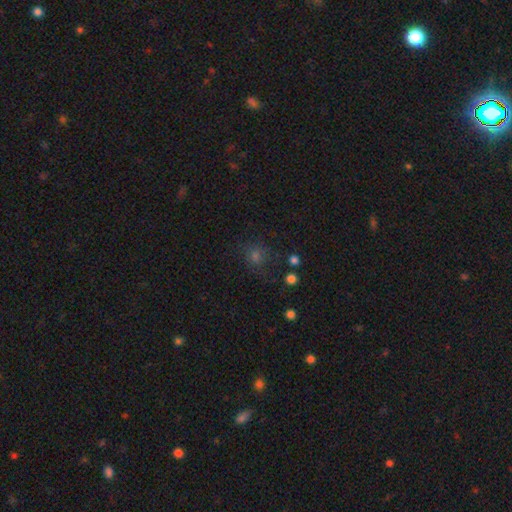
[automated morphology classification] type=smooth (56%); roundness=round (82%); merging=none (73%).